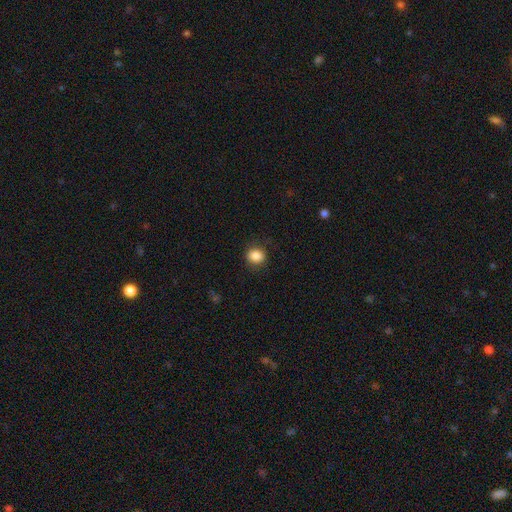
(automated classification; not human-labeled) Morphology: type=smooth (87%); roundness=round (74%); merging=none (83%).